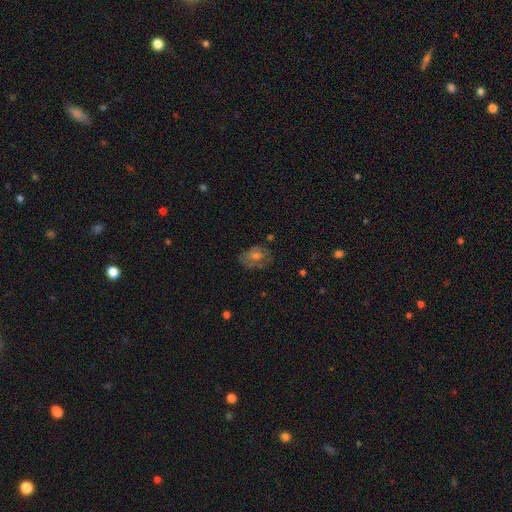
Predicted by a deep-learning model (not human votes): This appears to be a smooth galaxy with no disk features (47%). Merging: none (61%).